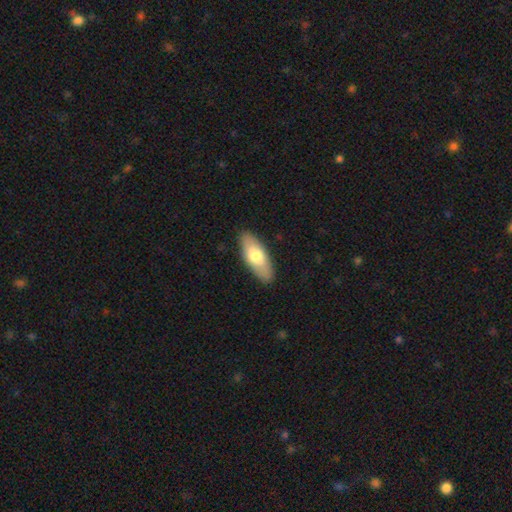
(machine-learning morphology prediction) smooth 71%, featured or disk 23%, star or artifact 5%. Down the decision tree: how rounded — in between (77%); merging — none (87%).